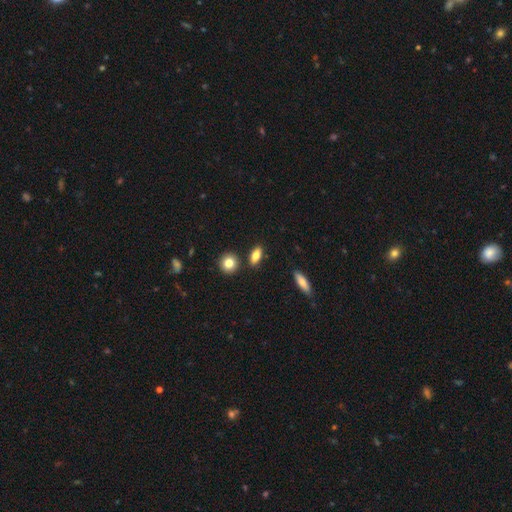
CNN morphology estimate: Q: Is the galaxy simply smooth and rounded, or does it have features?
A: smooth — 79%.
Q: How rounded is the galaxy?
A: in between — 74%.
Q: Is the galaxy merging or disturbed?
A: none — 84%.